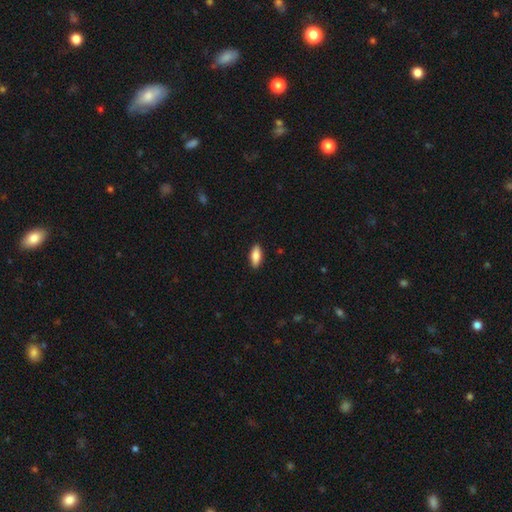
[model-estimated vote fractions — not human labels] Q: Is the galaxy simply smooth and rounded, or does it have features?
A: smooth — 84%.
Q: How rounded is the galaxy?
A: in between — 81%.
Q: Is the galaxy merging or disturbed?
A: none — 90%.